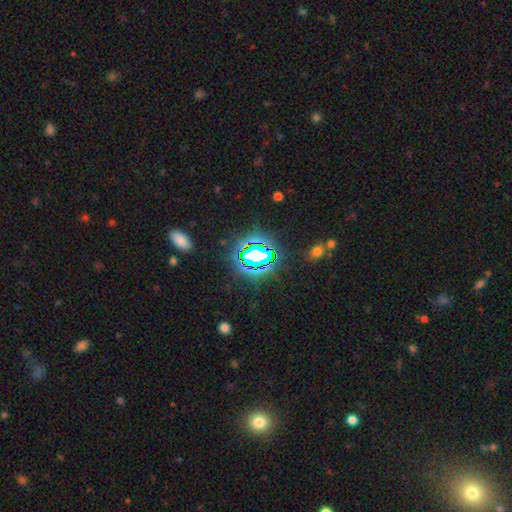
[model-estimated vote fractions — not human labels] This is likely a star or artifact rather than a galaxy (77%).